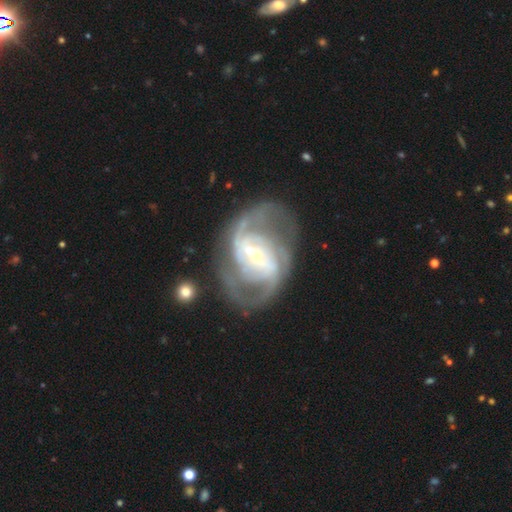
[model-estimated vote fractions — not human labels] Overall: featured or disk (89%). Edge-on disk: no (97%). Bar: strong (40%; weak 38%). Spiral arms: yes (95%). Spiral arm count: 2 (65%). Spiral winding: medium (51%; tight 31%). Bulge size: small (71%). Merging: none (61%).